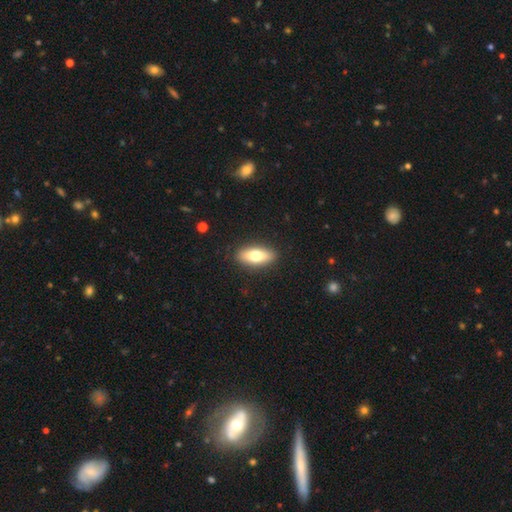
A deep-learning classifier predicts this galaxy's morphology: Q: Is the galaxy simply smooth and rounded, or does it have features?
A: smooth — 71%.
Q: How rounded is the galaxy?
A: in between — 77%.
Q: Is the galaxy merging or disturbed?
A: none — 89%.